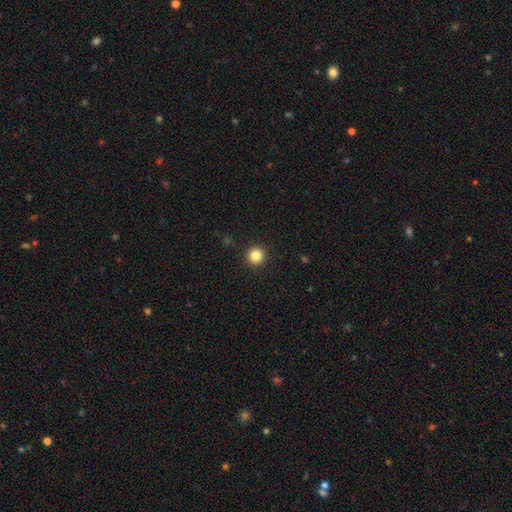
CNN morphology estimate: The model was most divided on "smooth or featured": smooth: 84%, star or artifact: 11%, featured or disk: 5%. More confident: how rounded — round (94%); merging — none (93%).